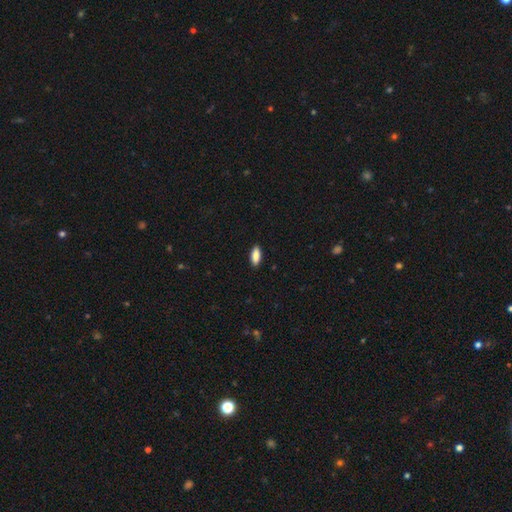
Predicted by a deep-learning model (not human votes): Smooth or featured: smooth — 88% (star or artifact — 6%)
How rounded: in between — 78% (cigar-shaped — 20%)
Merging: none — 90% (minor disturbance — 7%)